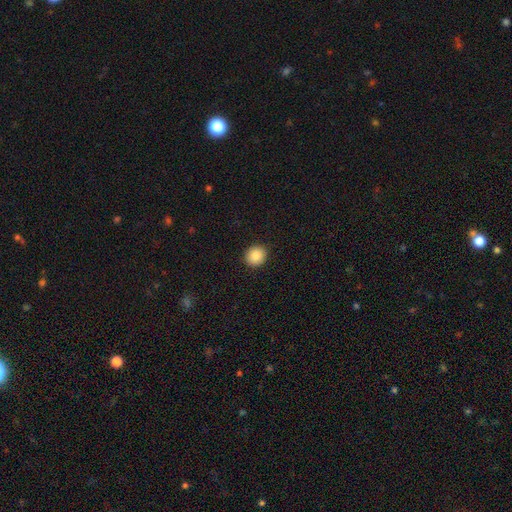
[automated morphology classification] A smooth galaxy with no disk features (87%) that is round (78%). Merging: none (91%).